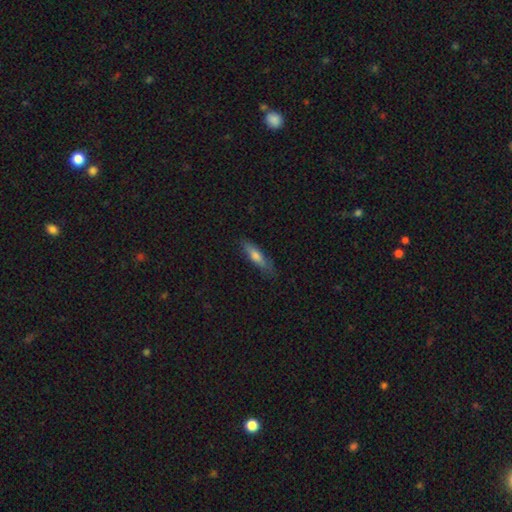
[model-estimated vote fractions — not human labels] The model was most divided on "smooth or featured": smooth: 60%, featured or disk: 33%, star or artifact: 7%. More confident: merging — none (80%); how rounded — cigar-shaped (77%).